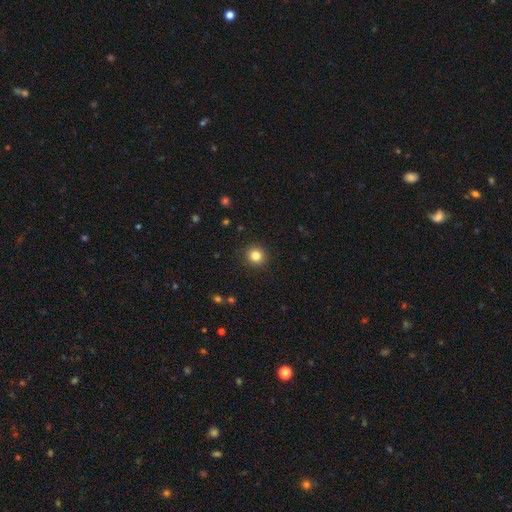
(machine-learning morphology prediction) Smooth or featured? smooth (83%)
How rounded? round (92%)
Merging? none (92%)